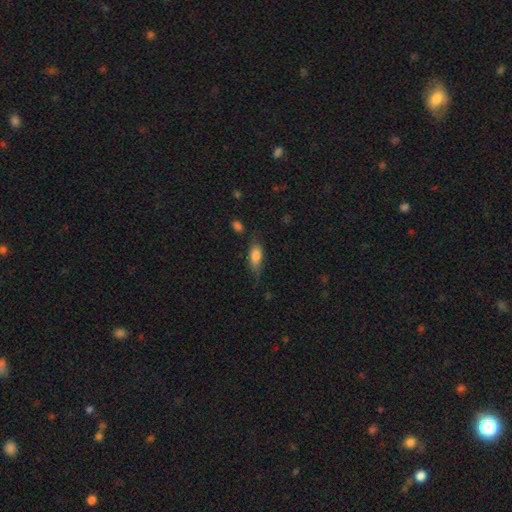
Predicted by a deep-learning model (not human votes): Smooth or featured? smooth (78%)
How rounded? in between (78%)
Merging? none (58%)